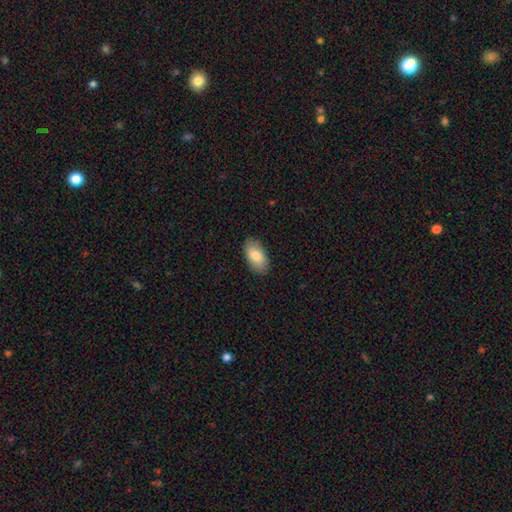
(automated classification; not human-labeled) A smooth galaxy with no disk features (83%) that is in between round and cigar-shaped (95%). Merging: none (87%).